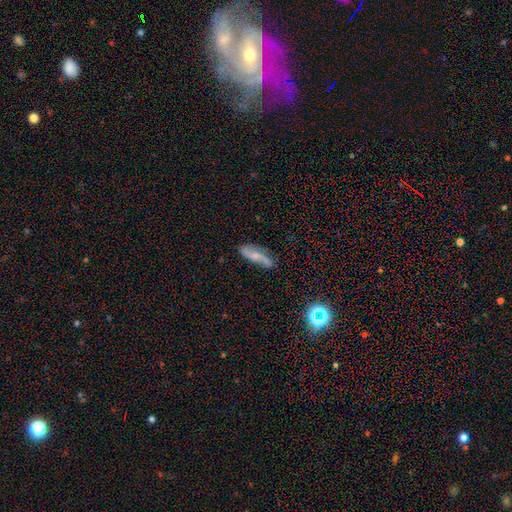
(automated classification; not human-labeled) Morphology: type=featured or disk (60%); edge-on=no (85%); bar=no (53%); spiral arms=yes (90%); bulge=small (55%); merging=none (73%).